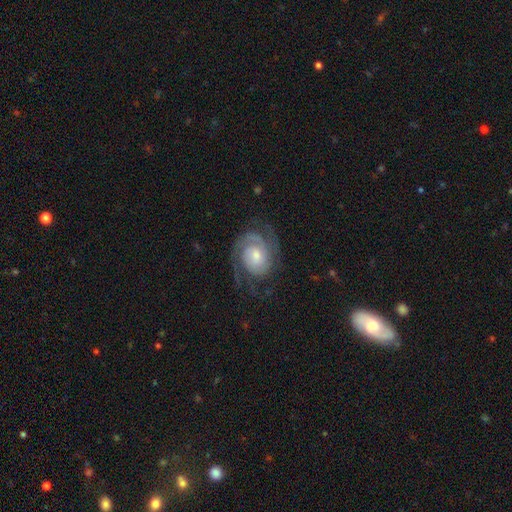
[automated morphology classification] This is clearly a featured or disk galaxy (84%). It is clearly not viewed edge-on (98%). Bar: likely no (61%). Spiral arm pattern: clearly yes (96%). Spiral arm count: likely 2 (62%). Spiral winding: possibly tight (55%). Central bulge: possibly moderate (49%). Merging: likely none (68%).